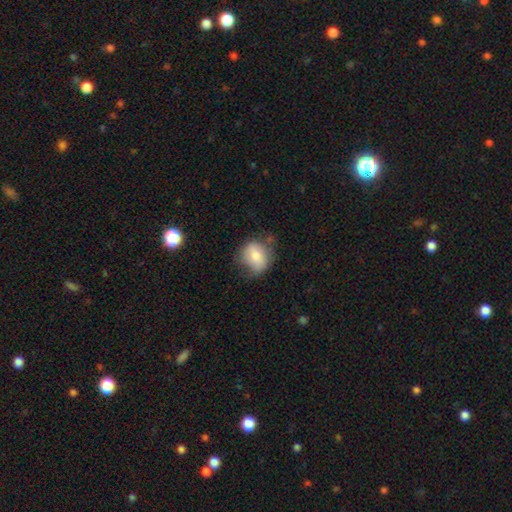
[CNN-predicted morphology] smooth-or-featured: smooth: 72% | featured or disk: 20% | star or artifact: 8%
  how-rounded: round: 59% | in between: 40% | cigar-shaped: 1%
  merging: none: 53% | minor disturbance: 32% | major disturbance: 12% | merger: 3%